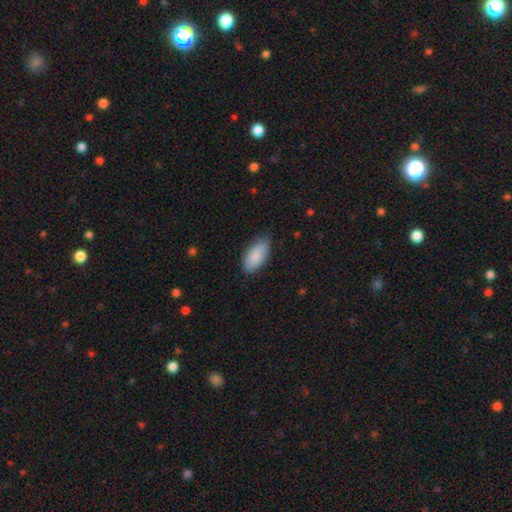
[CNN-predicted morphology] smooth-or-featured: smooth: 87% | featured or disk: 7% | star or artifact: 6%
  how-rounded: in between: 92% | cigar-shaped: 6% | round: 2%
  merging: none: 79% | minor disturbance: 17% | major disturbance: 3% | merger: 1%